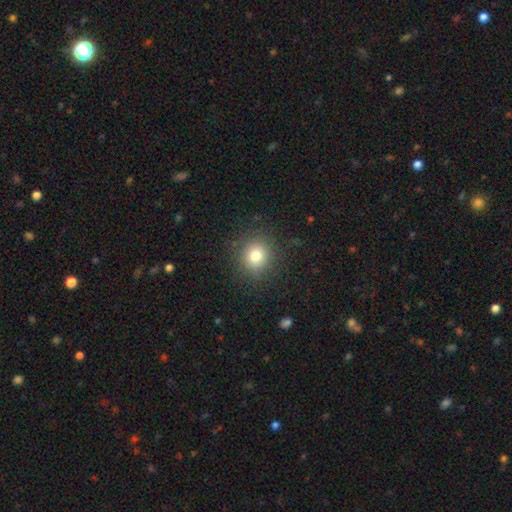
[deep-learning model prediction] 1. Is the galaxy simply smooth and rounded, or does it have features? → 79% smooth, 13% star or artifact, 8% featured or disk.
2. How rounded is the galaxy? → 87% round, 12% in between, 1% cigar-shaped.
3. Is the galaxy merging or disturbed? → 87% none, 8% minor disturbance, 3% major disturbance, 1% merger.